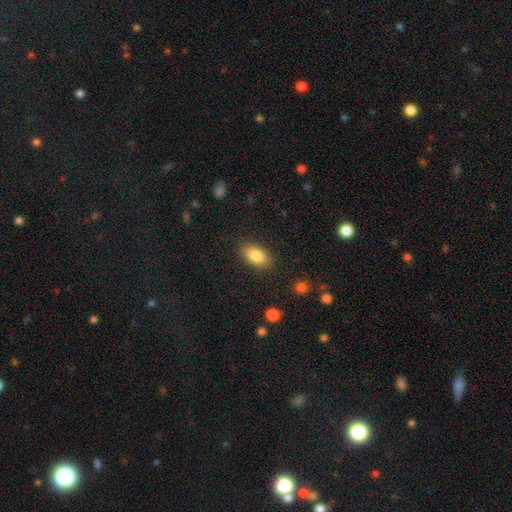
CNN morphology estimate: smooth-or-featured: smooth: 84% | featured or disk: 8% | star or artifact: 7%
  how-rounded: in between: 91% | round: 6% | cigar-shaped: 4%
  merging: none: 86% | minor disturbance: 10% | major disturbance: 3% | merger: 1%